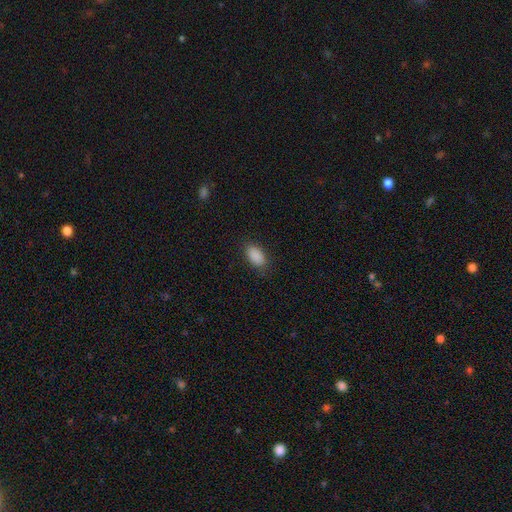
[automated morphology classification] type=smooth (90%); roundness=in between (92%); merging=none (84%).